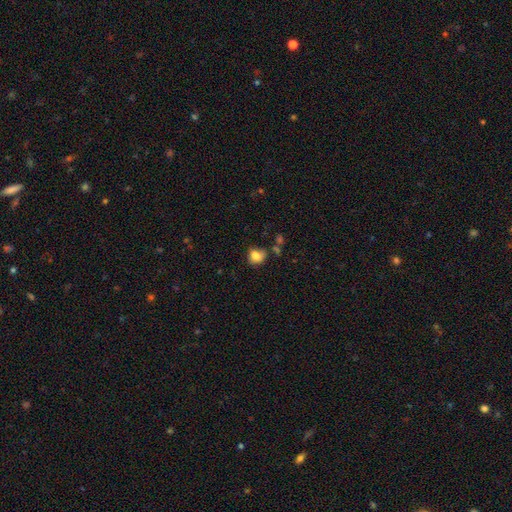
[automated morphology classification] type=smooth (82%); roundness=round (60%); merging=none (56%).